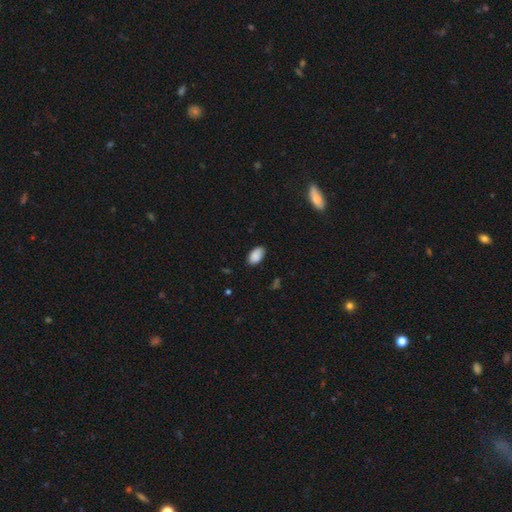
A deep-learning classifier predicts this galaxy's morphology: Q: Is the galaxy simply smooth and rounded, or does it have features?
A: smooth — 89%.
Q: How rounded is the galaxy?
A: in between — 94%.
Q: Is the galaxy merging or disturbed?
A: none — 84%.